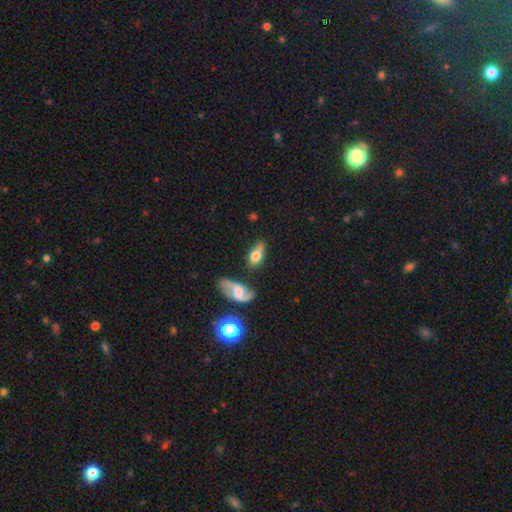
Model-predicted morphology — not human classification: smooth-or-featured: smooth: 60% | featured or disk: 32% | star or artifact: 8%
  how-rounded: in between: 84% | cigar-shaped: 9% | round: 8%
  merging: none: 54% | minor disturbance: 26% | merger: 11% | major disturbance: 9%